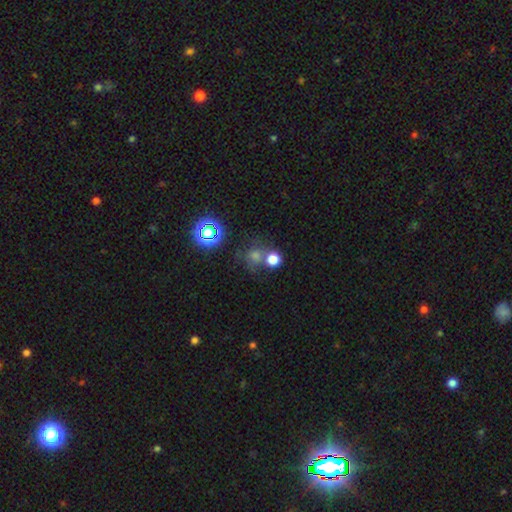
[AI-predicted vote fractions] A smooth galaxy with no disk features (54%) that is round (86%).

Vote fractions:
- Smooth or featured? smooth: 54% / star or artifact: 35% / featured or disk: 11%
- How rounded? round: 86% / in between: 13% / cigar-shaped: 1%
- Merging? none: 59% / merger: 25% / minor disturbance: 10% / major disturbance: 6%